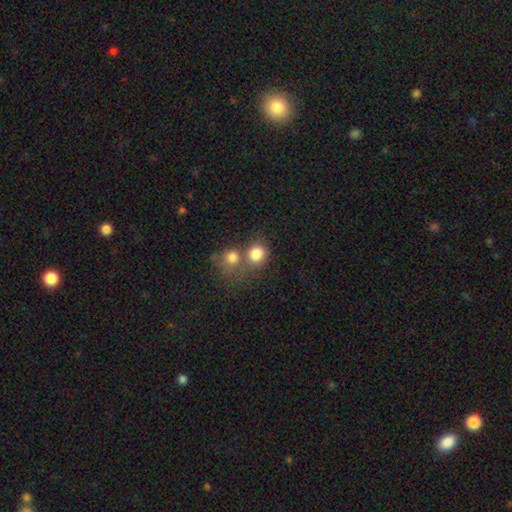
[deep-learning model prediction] smooth_or_featured: smooth (p=0.81) [alt: star or artifact p=0.11]
how_rounded: round (p=0.78) [alt: in between p=0.21]
merging: none (p=0.45) [alt: merger p=0.42]